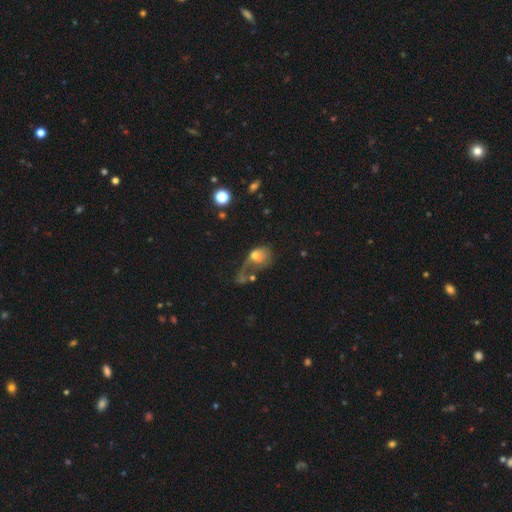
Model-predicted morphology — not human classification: smooth 55%, featured or disk 34%, star or artifact 11%. Down the decision tree: how rounded — in between (63%); merging — major disturbance (55%).